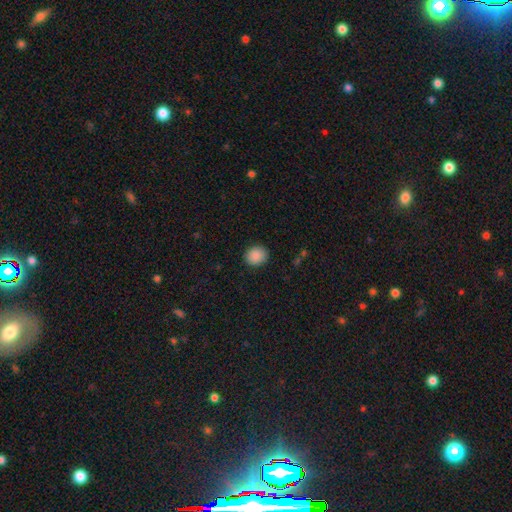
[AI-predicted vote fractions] Overall: smooth (89%). How rounded: round (73%). Merging: none (89%).